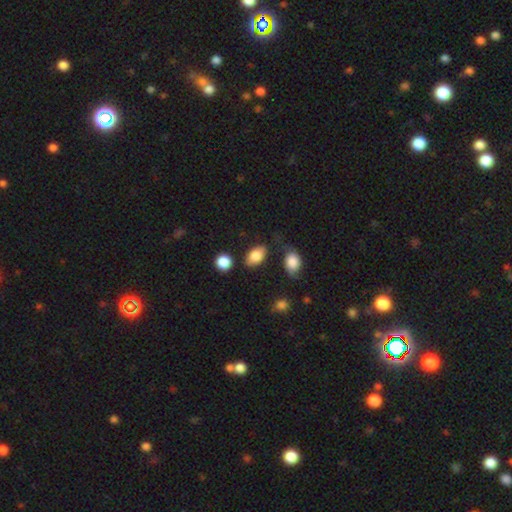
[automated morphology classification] This is clearly a smooth galaxy (83%). How rounded: clearly in between (89%). Merging: likely none (75%).